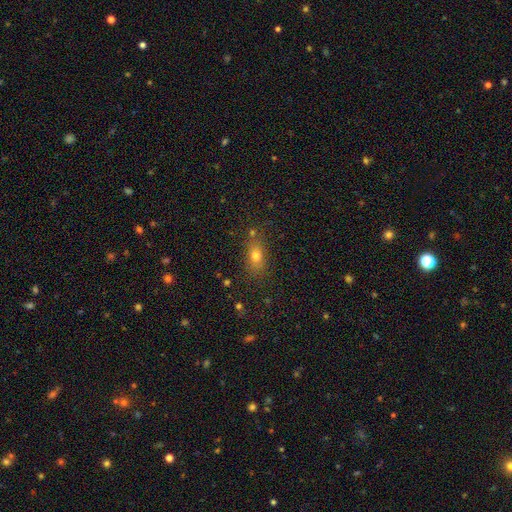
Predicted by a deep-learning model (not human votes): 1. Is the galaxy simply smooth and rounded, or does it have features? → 73% smooth, 16% star or artifact, 11% featured or disk.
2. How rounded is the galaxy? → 71% in between, 21% round, 8% cigar-shaped.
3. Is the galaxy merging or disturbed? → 75% none, 14% minor disturbance, 6% merger, 5% major disturbance.